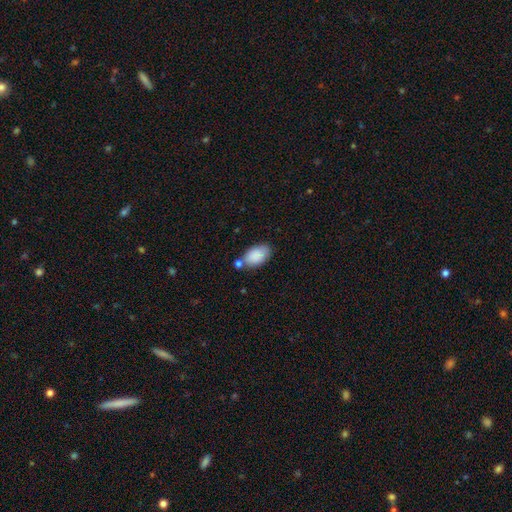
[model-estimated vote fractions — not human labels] smooth 88%, star or artifact 7%, featured or disk 5%. Down the decision tree: how rounded — in between (93%); merging — none (63%).